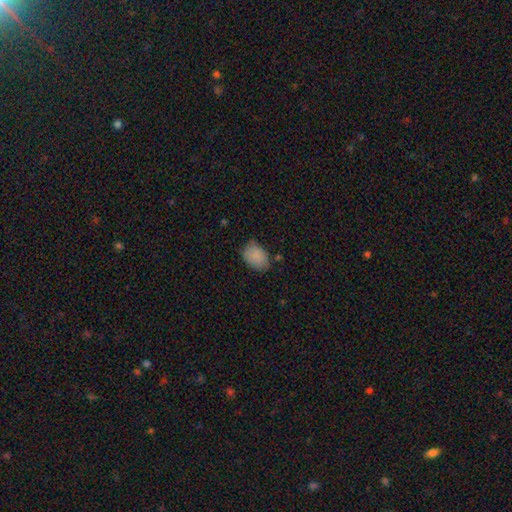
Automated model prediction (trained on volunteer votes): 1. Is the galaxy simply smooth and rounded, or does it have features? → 87% smooth, 8% star or artifact, 5% featured or disk.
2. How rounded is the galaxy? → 82% in between, 17% round, 1% cigar-shaped.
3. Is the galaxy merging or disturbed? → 68% none, 25% minor disturbance, 5% major disturbance, 2% merger.